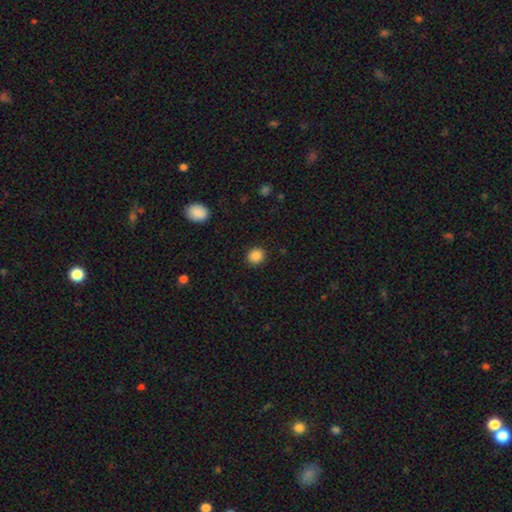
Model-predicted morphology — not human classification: This appears to be a smooth galaxy with no disk features (87%) that is round (86%). Merging: none (91%).